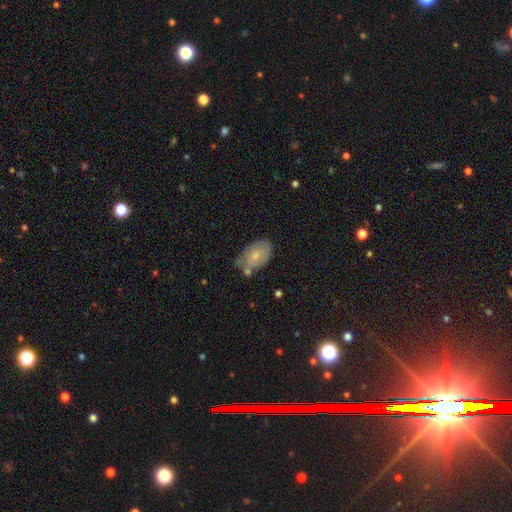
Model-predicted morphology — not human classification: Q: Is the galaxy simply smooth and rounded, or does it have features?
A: smooth — 66%.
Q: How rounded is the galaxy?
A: in between — 89%.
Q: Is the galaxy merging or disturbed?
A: none — 51%.